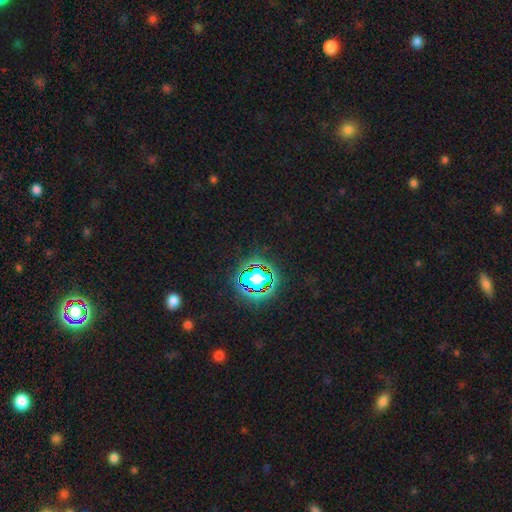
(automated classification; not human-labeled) This appears to be a star or artifact, not a galaxy (79%).